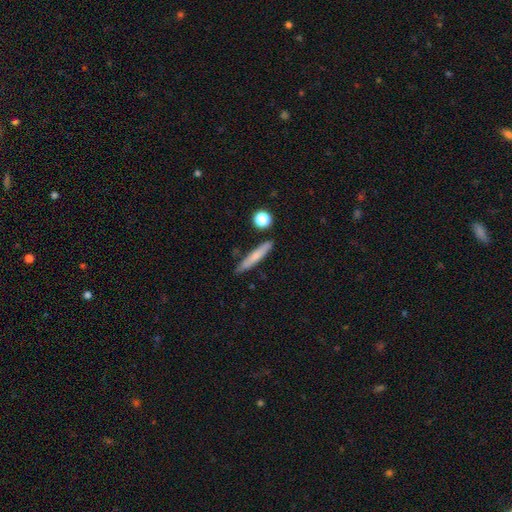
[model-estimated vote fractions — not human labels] Smooth or featured? Predicted: smooth (p=0.67). How rounded? Predicted: cigar-shaped (p=0.92). Merging? Predicted: none (p=0.83).